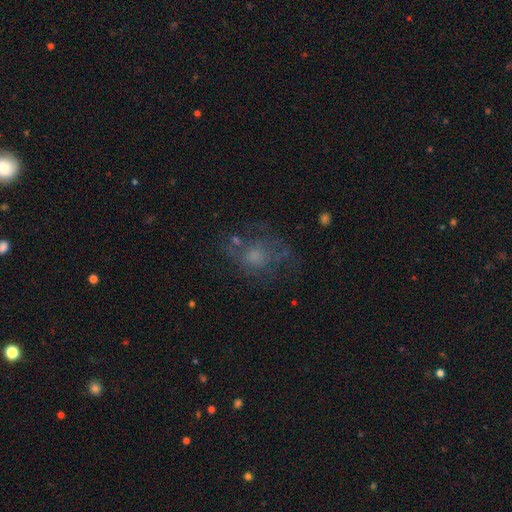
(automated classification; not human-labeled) smooth-or-featured: featured or disk: 43% | smooth: 39% | star or artifact: 18%
  merging: none: 54% | major disturbance: 23% | minor disturbance: 20% | merger: 4%